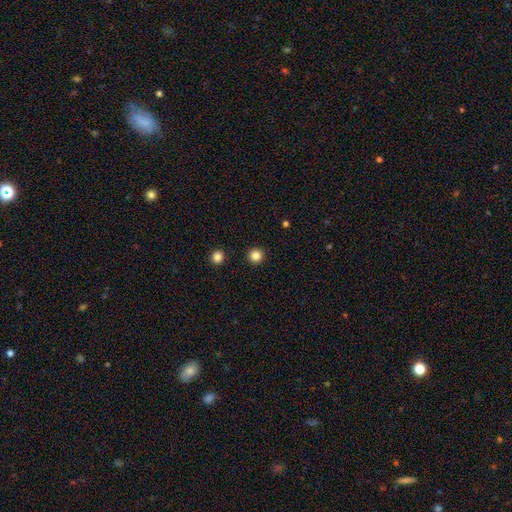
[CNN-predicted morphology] smooth-or-featured: smooth: 84% | star or artifact: 12% | featured or disk: 4%
  how-rounded: round: 95% | in between: 4% | cigar-shaped: 1%
  merging: none: 94% | minor disturbance: 4% | major disturbance: 1% | merger: 1%